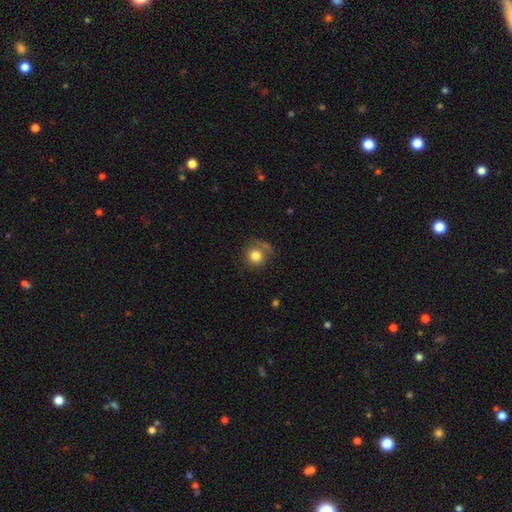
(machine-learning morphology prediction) The model was most divided on "merging": none: 59%, minor disturbance: 21%, major disturbance: 12%, merger: 8%. More confident: how rounded — round (86%); smooth or featured — smooth (80%).